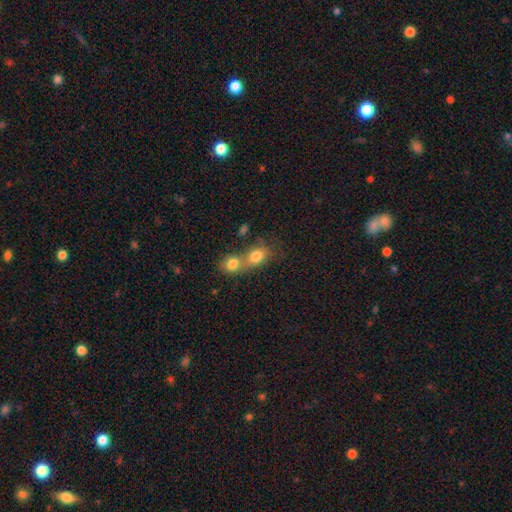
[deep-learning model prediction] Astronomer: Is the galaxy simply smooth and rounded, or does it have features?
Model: smooth — 79%.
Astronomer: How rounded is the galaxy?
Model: in between — 53% (runner-up: round, 44%).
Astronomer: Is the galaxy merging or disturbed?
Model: merger — 65%.